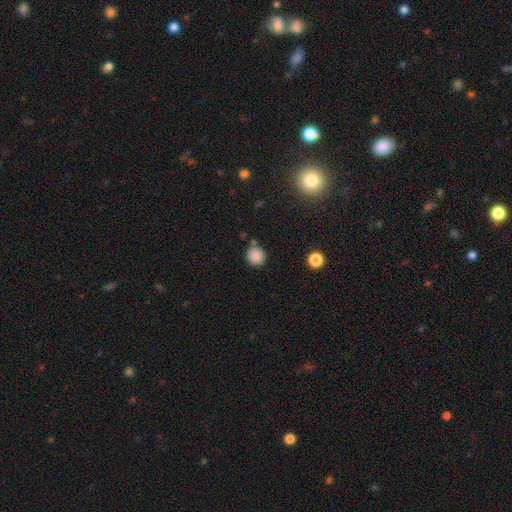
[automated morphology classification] This appears to be a smooth galaxy with no disk features (86%) that is round (92%). Merging: none (79%).